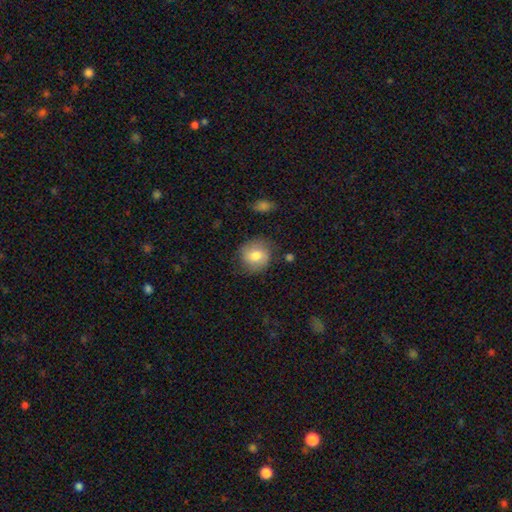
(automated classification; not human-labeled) Morphology: type=smooth (73%); roundness=round (84%); merging=none (76%).